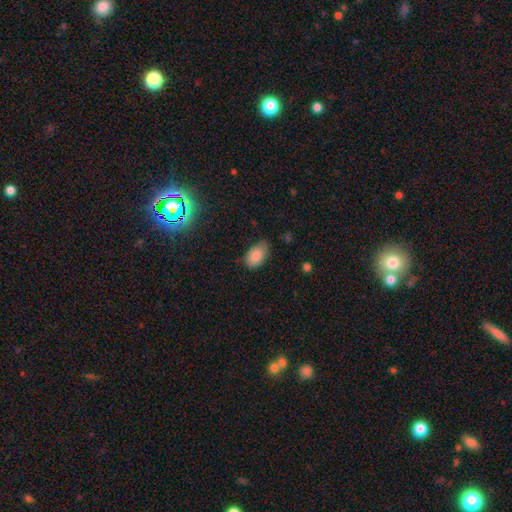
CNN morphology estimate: Overall: smooth (86%). How rounded: in between (92%). Merging: none (65%; minor disturbance 28%).